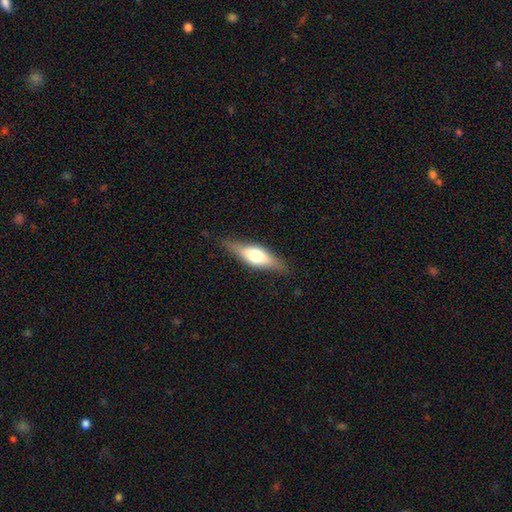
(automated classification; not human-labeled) A featured or disk galaxy (53%) viewed edge-on (90%).

Vote fractions:
- Smooth or featured? featured or disk: 53% / smooth: 41% / star or artifact: 6%
- Edge-on disk? yes: 90% / no: 10%
- Merging? none: 84% / minor disturbance: 12% / major disturbance: 3% / merger: 1%